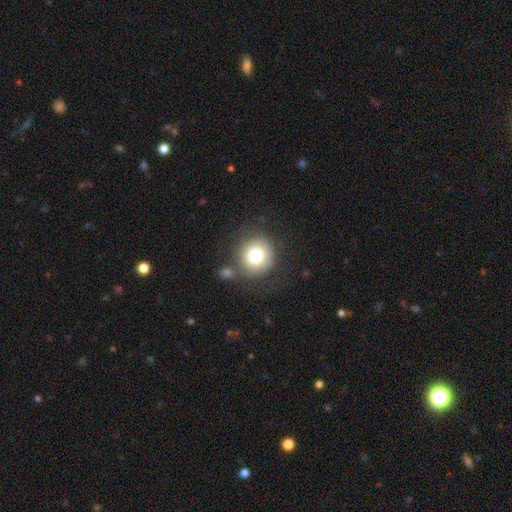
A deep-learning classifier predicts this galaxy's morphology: A smooth galaxy with no disk features (78%) that is round (93%). Merging: none (71%).